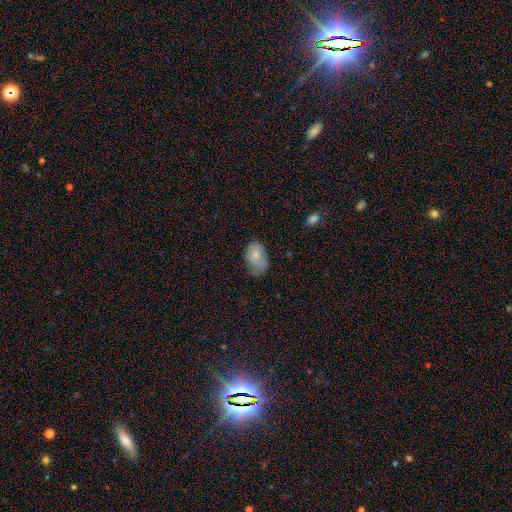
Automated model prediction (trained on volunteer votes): This is likely a smooth galaxy (77%). How rounded: clearly in between (88%). Merging: possibly none (46%).